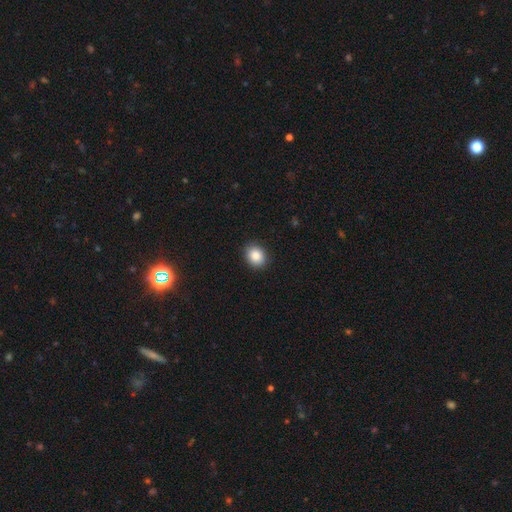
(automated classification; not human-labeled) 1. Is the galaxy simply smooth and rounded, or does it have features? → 87% smooth, 9% star or artifact, 5% featured or disk.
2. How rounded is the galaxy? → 61% round, 38% in between, 1% cigar-shaped.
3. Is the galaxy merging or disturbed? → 89% none, 8% minor disturbance, 2% major disturbance, 1% merger.